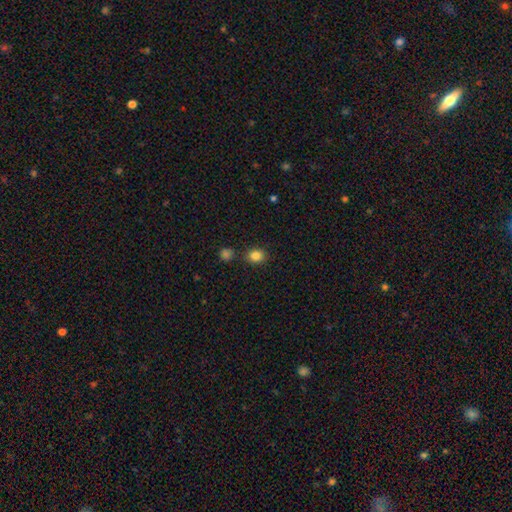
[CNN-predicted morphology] Q: Smooth or featured?
A: smooth (84%); runner-up: star or artifact (11%)
Q: How rounded?
A: round (61%); runner-up: in between (38%)
Q: Merging?
A: none (82%); runner-up: minor disturbance (9%)